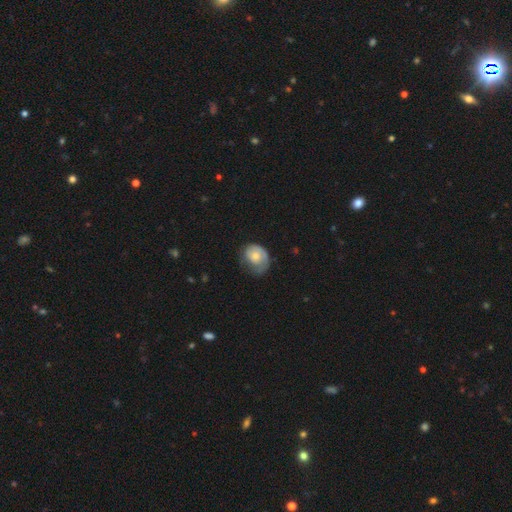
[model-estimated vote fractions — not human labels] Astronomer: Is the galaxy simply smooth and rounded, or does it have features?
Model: smooth — 55% (runner-up: featured or disk, 38%).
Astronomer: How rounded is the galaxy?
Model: in between — 51% (runner-up: round, 48%).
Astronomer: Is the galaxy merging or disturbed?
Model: none — 38% (runner-up: minor disturbance, 33%).